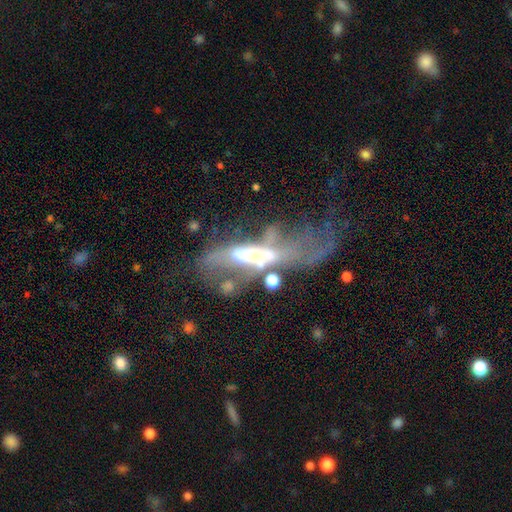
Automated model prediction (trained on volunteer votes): This appears to be a featured or disk galaxy (65%) with no bar (71%), no spiral arms (74%) and a moderate central bulge (41%). Merging: major disturbance (42%).